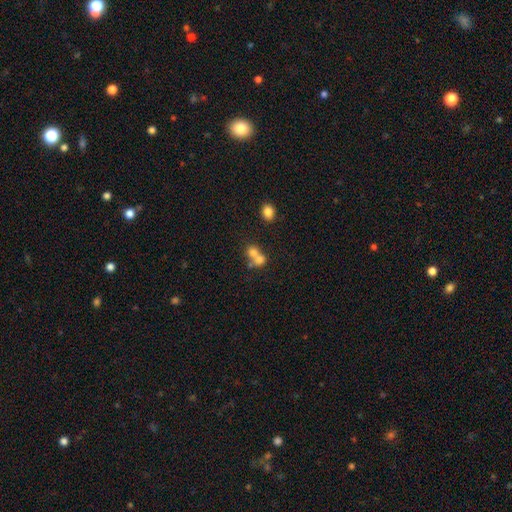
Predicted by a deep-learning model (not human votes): smooth-or-featured: smooth: 70% | featured or disk: 17% | star or artifact: 13%
  how-rounded: round: 70% | in between: 29% | cigar-shaped: 1%
  merging: merger: 65% | none: 26% | minor disturbance: 5% | major disturbance: 4%